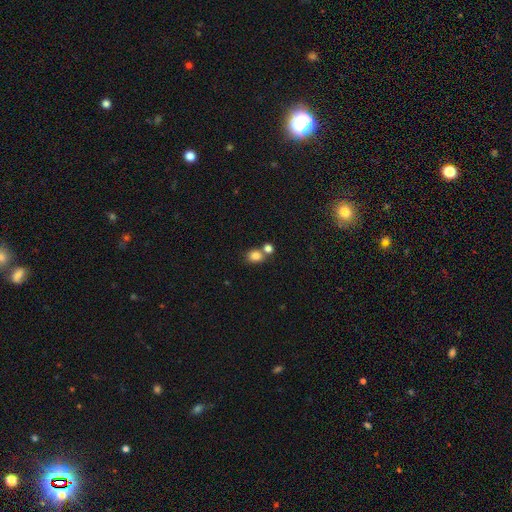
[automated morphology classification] This is clearly a smooth galaxy (82%). How rounded: possibly round (57%). Merging: possibly none (52%).